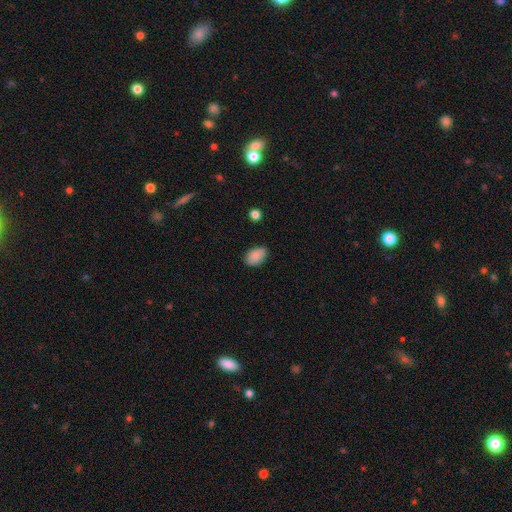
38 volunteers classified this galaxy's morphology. Q: Smooth or featured?
A: smooth (87%); runner-up: featured or disk (11%)
Q: How rounded?
A: in between (91%); runner-up: round (9%)
Q: Merging?
A: none (73%); runner-up: minor disturbance (16%)